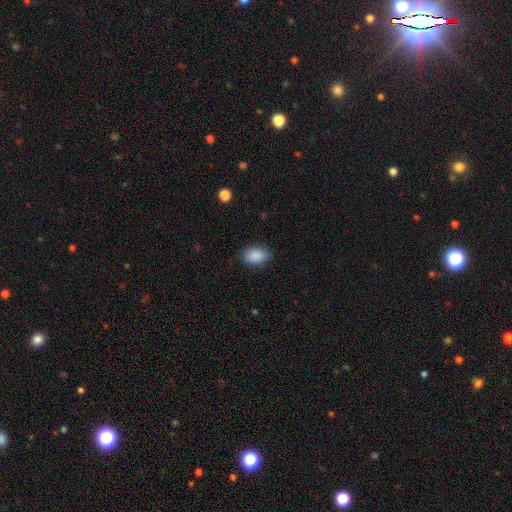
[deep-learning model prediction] Smooth or featured?
  - smooth: 89% *
  - star or artifact: 7%
  - featured or disk: 3%
How rounded?
  - in between: 85% *
  - round: 13%
  - cigar-shaped: 1%
Merging?
  - none: 85% *
  - minor disturbance: 11%
  - major disturbance: 3%
  - merger: 1%